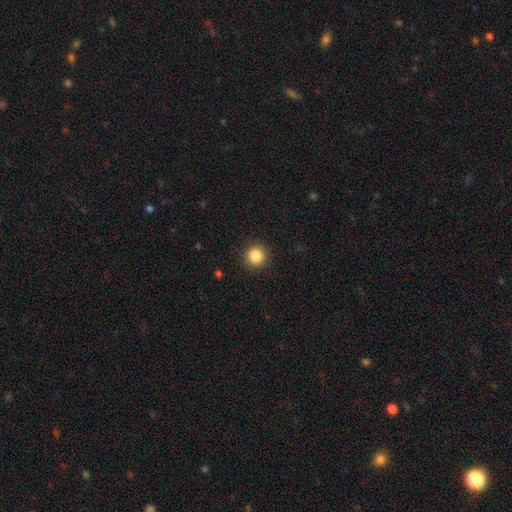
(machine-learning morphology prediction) Smooth or featured?
  - smooth: 86% *
  - star or artifact: 10%
  - featured or disk: 4%
How rounded?
  - round: 95% *
  - in between: 4%
  - cigar-shaped: 1%
Merging?
  - none: 92% *
  - minor disturbance: 6%
  - major disturbance: 2%
  - merger: 1%